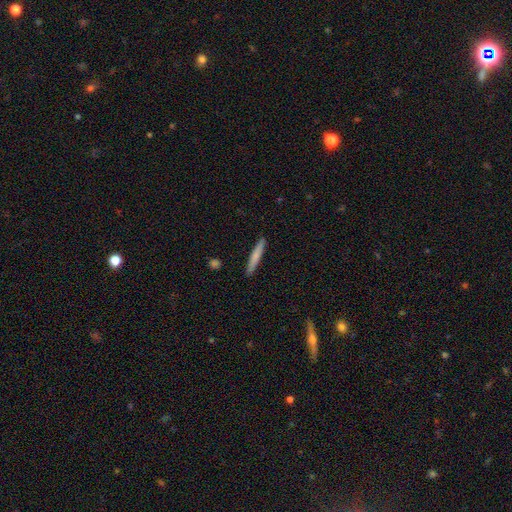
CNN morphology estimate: Smooth or featured? Predicted: smooth (p=0.72). How rounded? Predicted: cigar-shaped (p=0.95). Merging? Predicted: none (p=0.91).